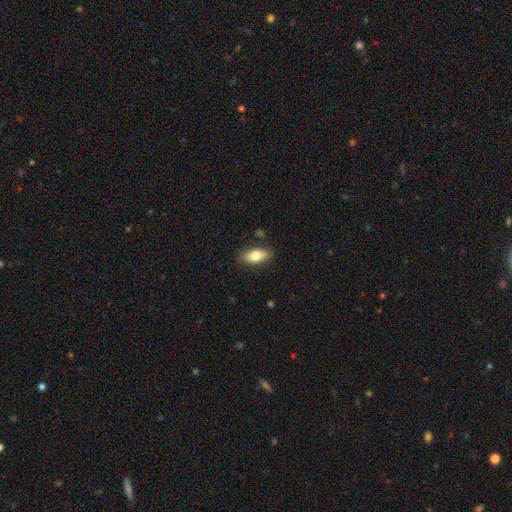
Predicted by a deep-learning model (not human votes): Smooth or featured: smooth — 76% (featured or disk — 17%)
How rounded: in between — 86% (cigar-shaped — 10%)
Merging: none — 84% (minor disturbance — 11%)